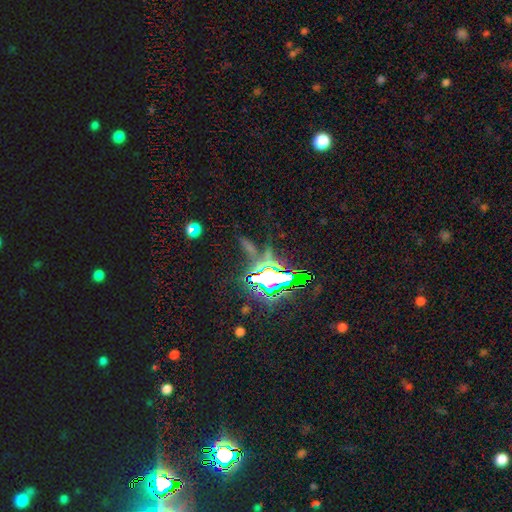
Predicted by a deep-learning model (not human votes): Smooth or featured? Predicted: star or artifact (p=0.81).